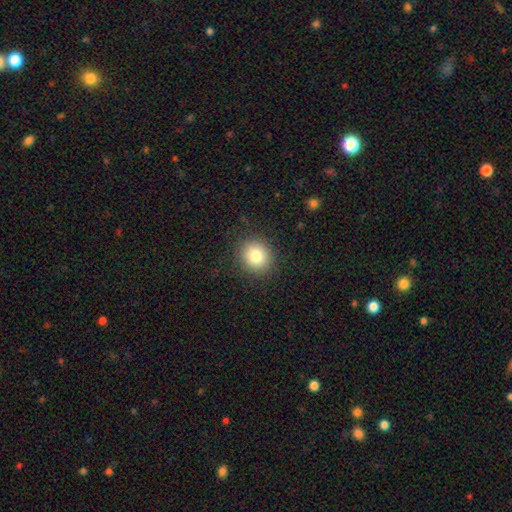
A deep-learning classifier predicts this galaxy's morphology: A smooth galaxy with no disk features (81%) that is round (83%). Merging: none (89%).